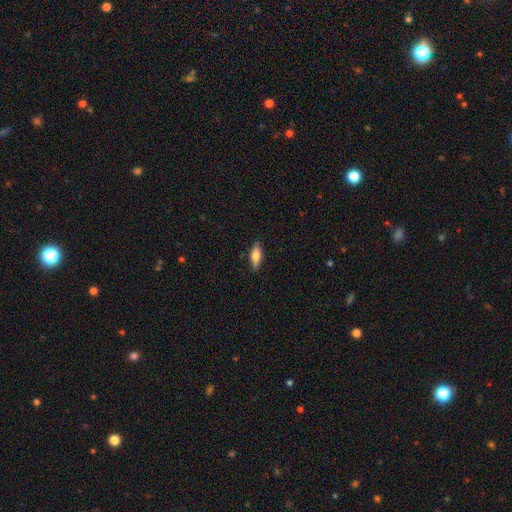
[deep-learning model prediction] Overall: smooth (73%). How rounded: in between (60%; cigar-shaped 38%). Merging: none (87%).